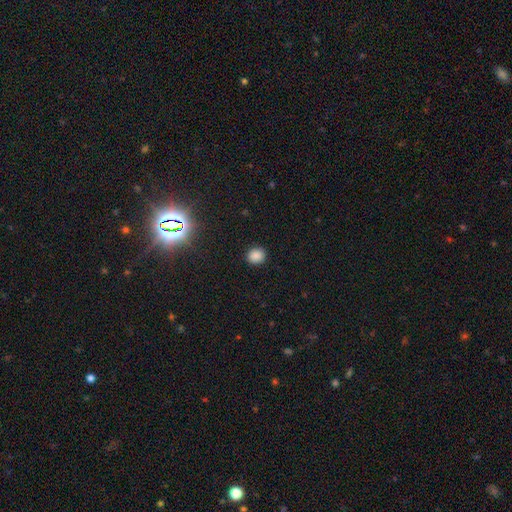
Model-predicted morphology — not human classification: A smooth galaxy with no disk features (85%) that is round (75%). Merging: none (90%).